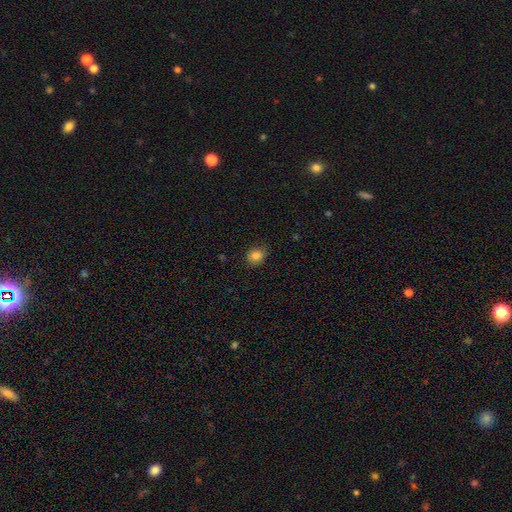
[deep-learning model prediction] Smooth or featured? smooth (82%)
How rounded? round (64%)
Merging? none (78%)